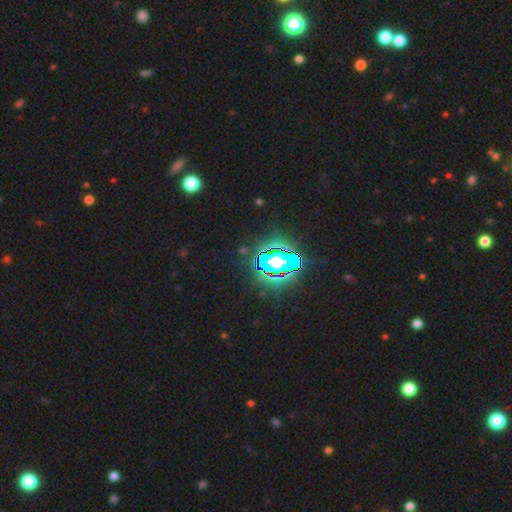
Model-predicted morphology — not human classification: star or artifact 83%, smooth 10%, featured or disk 7%.